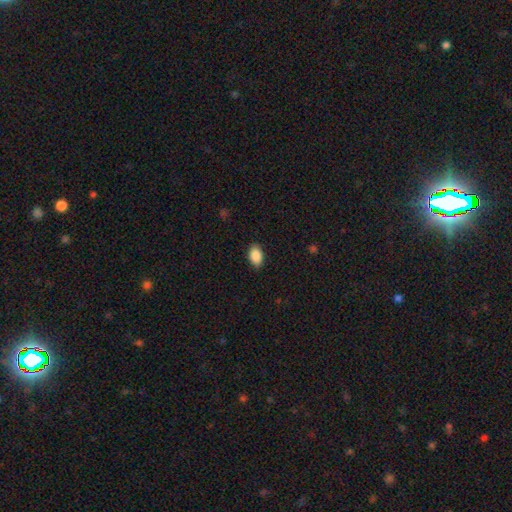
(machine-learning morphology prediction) smooth_or_featured: smooth (p=0.89) [alt: star or artifact p=0.07]
how_rounded: in between (p=0.89) [alt: round p=0.09]
merging: none (p=0.86) [alt: minor disturbance p=0.10]